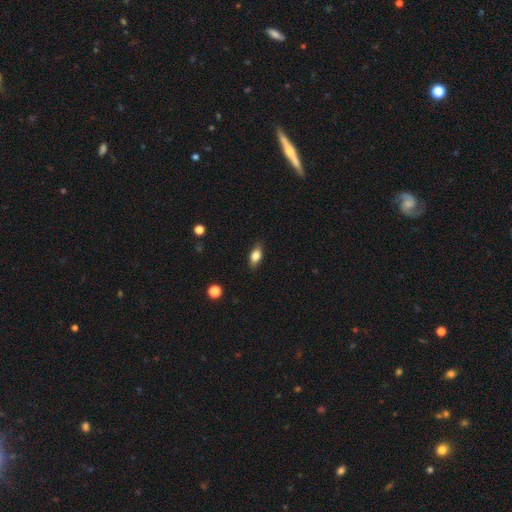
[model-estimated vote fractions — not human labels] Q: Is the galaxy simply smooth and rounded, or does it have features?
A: smooth — 80%.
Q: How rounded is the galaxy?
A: in between — 84%.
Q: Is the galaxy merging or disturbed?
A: none — 86%.